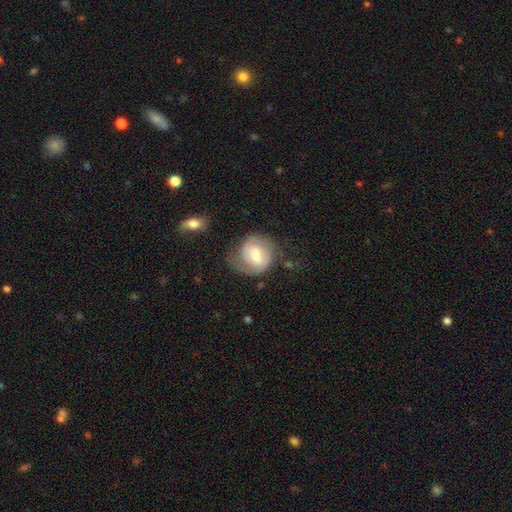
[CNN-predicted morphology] This appears to be a featured or disk galaxy (59%) with a weak bar (49%), spiral arms (85%) and a moderate central bulge (48%). Merging: none (55%).